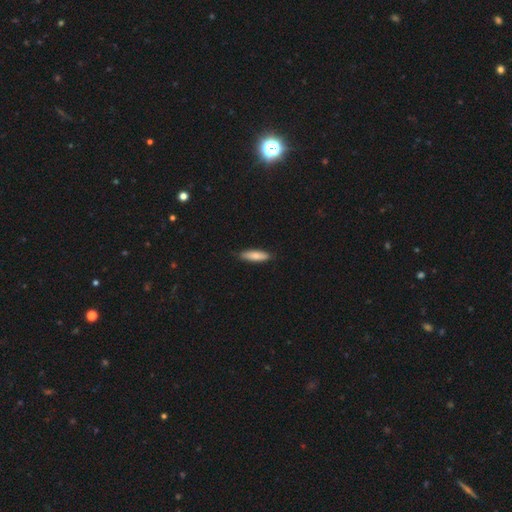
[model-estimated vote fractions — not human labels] Smooth or featured? Predicted: smooth (p=0.79). How rounded? Predicted: cigar-shaped (p=0.62). Merging? Predicted: none (p=0.85).